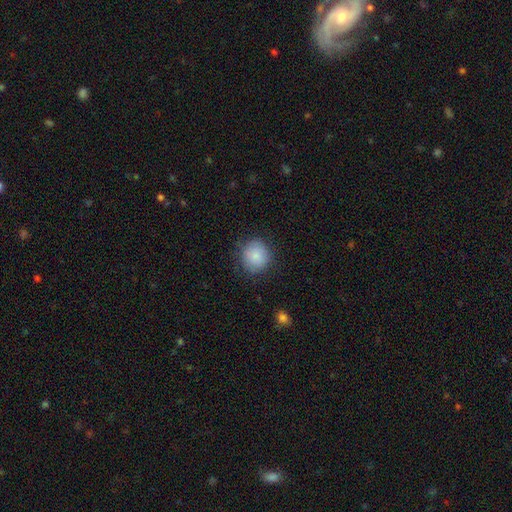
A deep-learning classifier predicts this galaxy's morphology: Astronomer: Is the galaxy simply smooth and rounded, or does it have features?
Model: smooth — 85%.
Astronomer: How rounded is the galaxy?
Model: round — 87%.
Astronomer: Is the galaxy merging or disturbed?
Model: none — 82%.